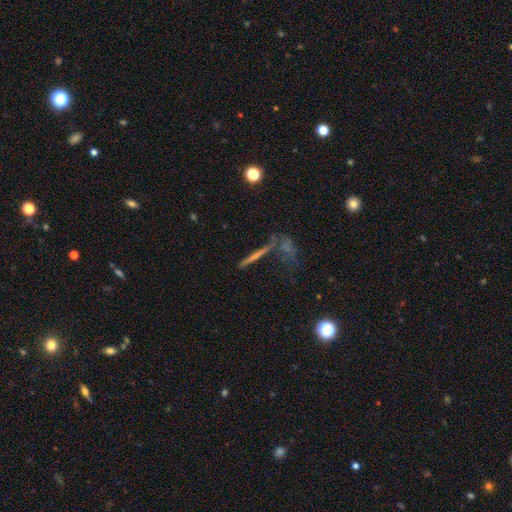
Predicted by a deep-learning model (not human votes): A featured or disk galaxy (49%).

Vote fractions:
- Smooth or featured? featured or disk: 49% / smooth: 35% / star or artifact: 16%
- Merging? none: 64% / merger: 18% / minor disturbance: 12% / major disturbance: 6%